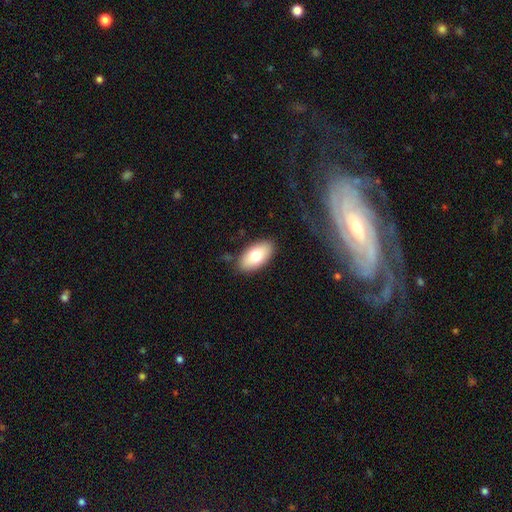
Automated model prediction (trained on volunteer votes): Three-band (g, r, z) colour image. It shows a smooth galaxy with no disk features (76%) that is in between round and cigar-shaped (94%). Merging: none (85%).